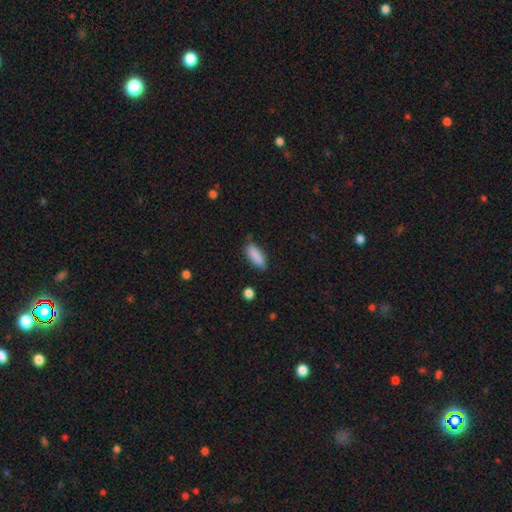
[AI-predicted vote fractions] Smooth or featured? smooth (88%)
How rounded? in between (67%)
Merging? none (76%)